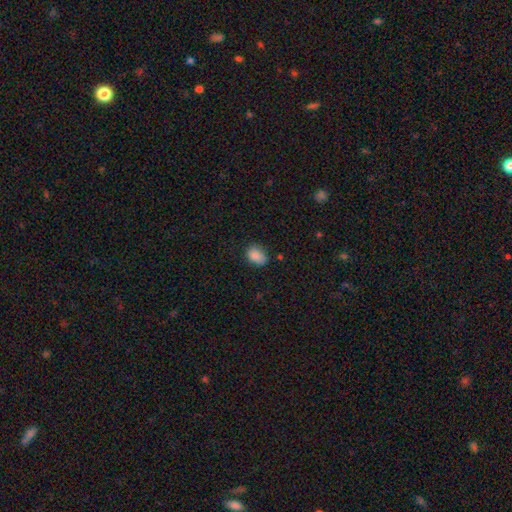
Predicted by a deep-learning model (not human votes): Smooth or featured: smooth — 86% (star or artifact — 9%)
How rounded: in between — 76% (round — 23%)
Merging: none — 68% (minor disturbance — 25%)